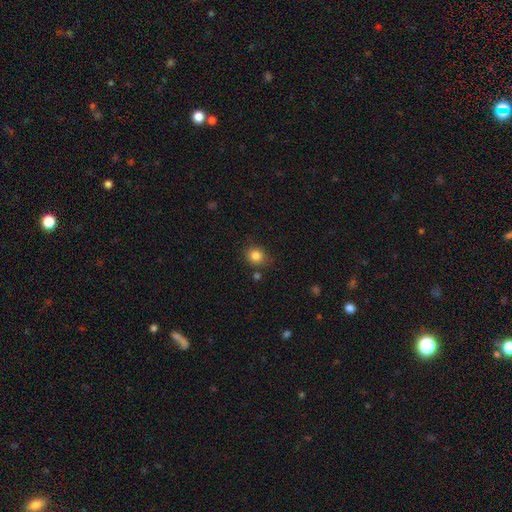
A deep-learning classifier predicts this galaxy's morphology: smooth_or_featured: smooth (p=0.84) [alt: star or artifact p=0.11]
how_rounded: round (p=0.76) [alt: in between p=0.23]
merging: none (p=0.78) [alt: minor disturbance p=0.14]